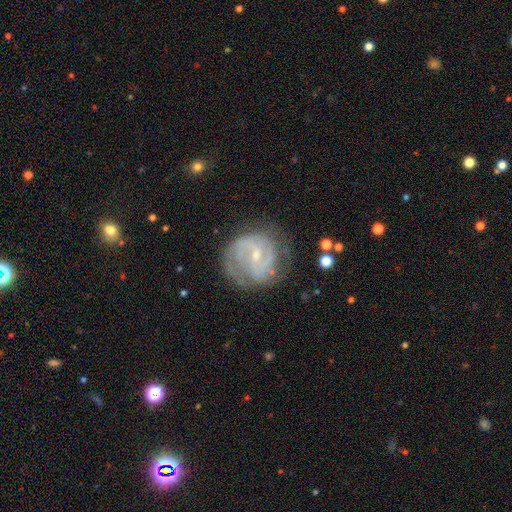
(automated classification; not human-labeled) Smooth or featured? featured or disk (78%)
Edge-on disk? no (98%)
Bar? weak (49%)
Spiral arms? yes (88%)
Spiral winding? tight (46%)
Spiral arm count? 2 (46%)
Bulge size? small (71%)
Merging? none (64%)